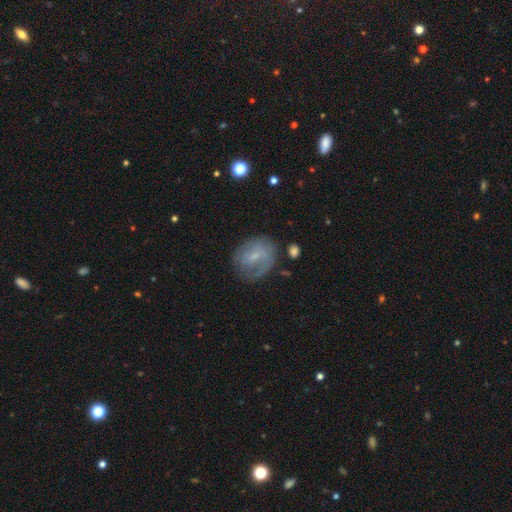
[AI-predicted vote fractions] Smooth or featured?
  - featured or disk: 57% *
  - smooth: 35%
  - star or artifact: 8%
Edge-on disk?
  - no: 96% *
  - yes: 4%
Bar?
  - weak: 53% *
  - no: 33%
  - strong: 14%
Spiral arms?
  - yes: 71% *
  - no: 29%
Bulge size?
  - small: 64% *
  - moderate: 20%
  - none: 14%
  - large: 1%
  - dominant: 1%
Merging?
  - none: 60% *
  - minor disturbance: 23%
  - major disturbance: 14%
  - merger: 3%